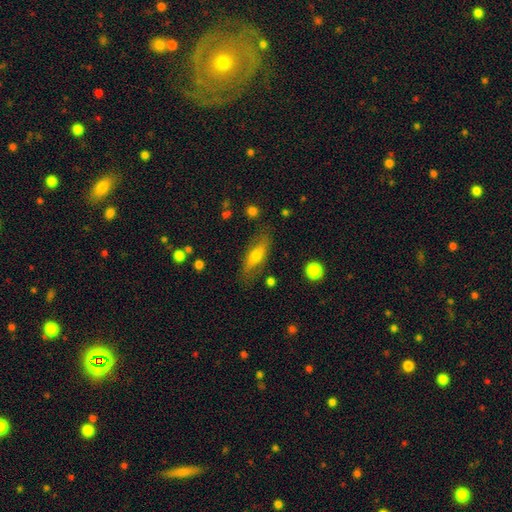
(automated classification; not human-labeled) The model was most divided on "how rounded": in between: 55%, cigar-shaped: 41%, round: 4%. More confident: merging — none (76%); smooth or featured — smooth (55%).